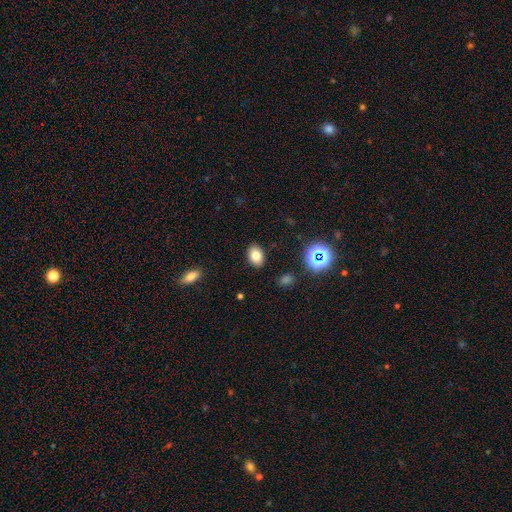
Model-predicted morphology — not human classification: Smooth or featured: smooth — 78% (star or artifact — 13%)
How rounded: in between — 79% (round — 20%)
Merging: none — 88% (minor disturbance — 8%)